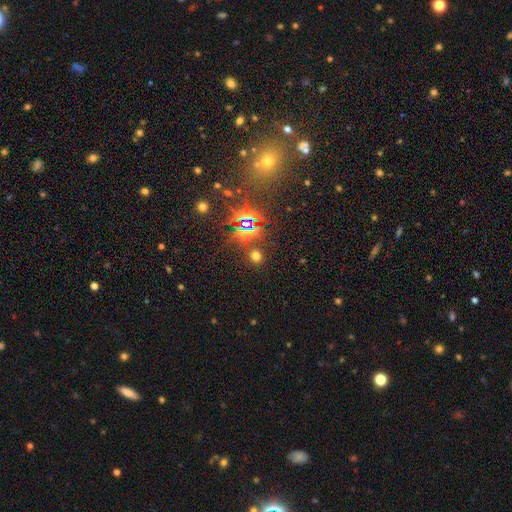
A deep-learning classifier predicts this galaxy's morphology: This appears to be a smooth galaxy with no disk features (50%) that is round (85%). Merging: none (85%).